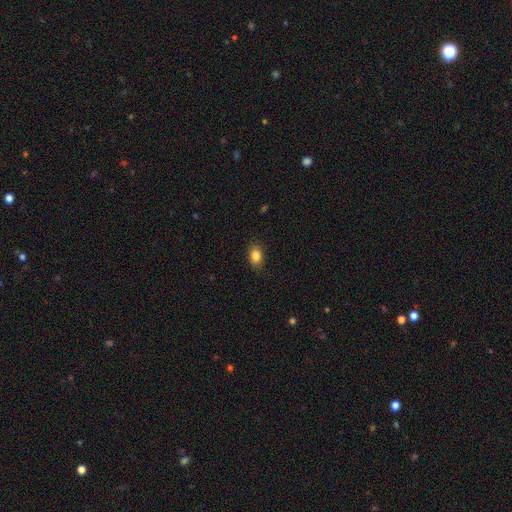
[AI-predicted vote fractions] Smooth or featured? smooth (84%)
How rounded? in between (75%)
Merging? none (86%)